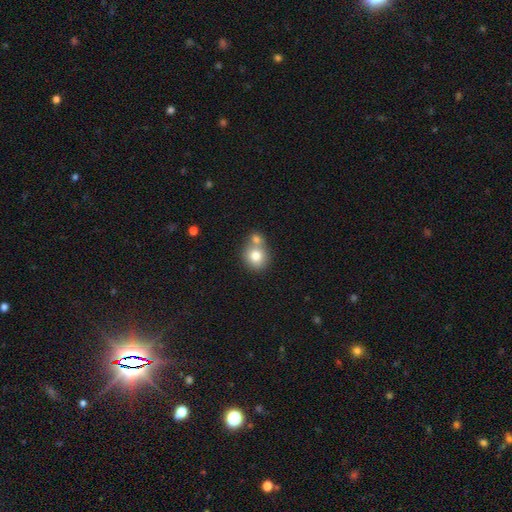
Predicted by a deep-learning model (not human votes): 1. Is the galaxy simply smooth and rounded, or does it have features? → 78% smooth, 13% featured or disk, 10% star or artifact.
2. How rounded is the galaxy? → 81% round, 18% in between, 1% cigar-shaped.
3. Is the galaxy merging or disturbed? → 45% none, 44% merger, 8% minor disturbance, 3% major disturbance.